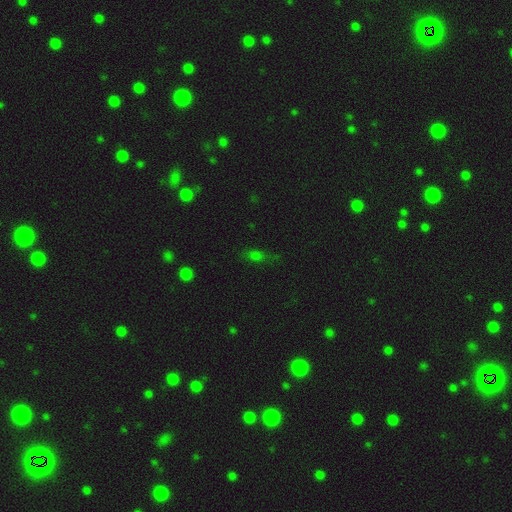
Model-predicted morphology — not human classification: The model was most divided on "smooth or featured": smooth: 61%, star or artifact: 26%, featured or disk: 12%. More confident: how rounded — in between (66%); merging — none (66%).